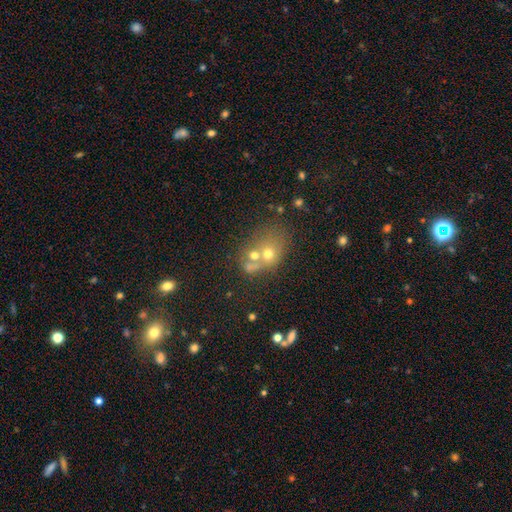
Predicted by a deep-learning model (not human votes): This is possibly a smooth galaxy (53%). How rounded: possibly round (56%). Merging: possibly merger (51%).